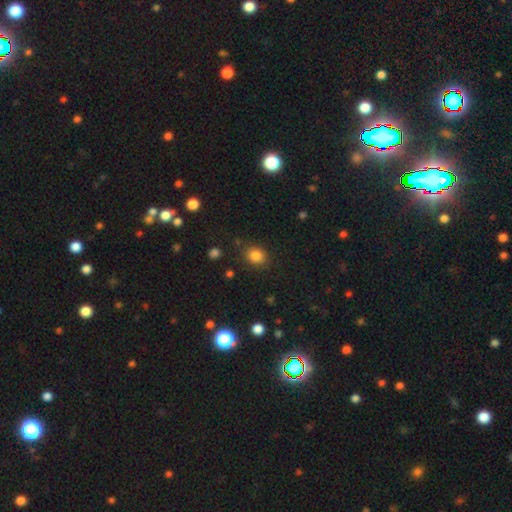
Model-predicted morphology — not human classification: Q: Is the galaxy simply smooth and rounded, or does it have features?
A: smooth — 82%.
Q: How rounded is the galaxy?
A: round — 67%.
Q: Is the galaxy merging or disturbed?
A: none — 83%.